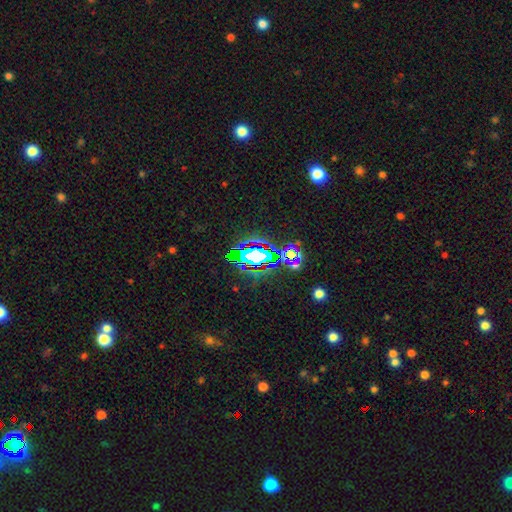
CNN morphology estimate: type=star or artifact (63%).